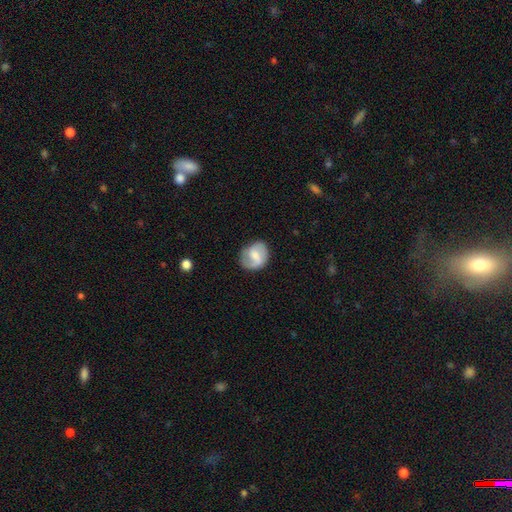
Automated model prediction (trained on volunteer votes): The model was most divided on "bulge size": moderate: 39%, small: 32%, none: 17%, large: 10%, dominant: 2%. More confident: edge-on disk — no (97%); spiral arms — yes (82%); merging — none (70%); smooth or featured — featured or disk (54%); bar — weak (52%).